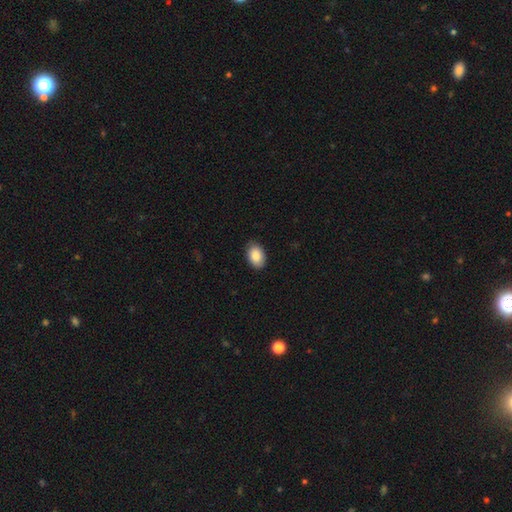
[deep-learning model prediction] Morphology: type=smooth (88%); roundness=in between (90%); merging=none (88%).